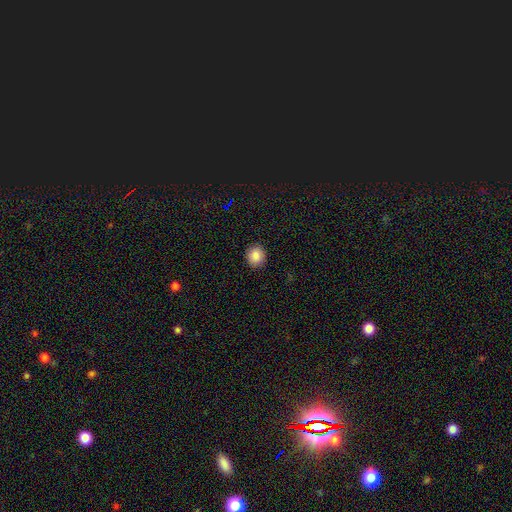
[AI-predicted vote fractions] Smooth or featured? smooth (86%)
How rounded? round (85%)
Merging? none (91%)